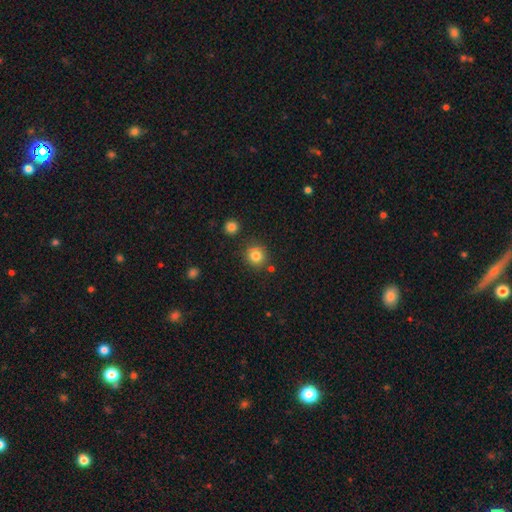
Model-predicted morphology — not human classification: smooth 82%, star or artifact 12%, featured or disk 7%. Down the decision tree: how rounded — round (89%); merging — none (82%).